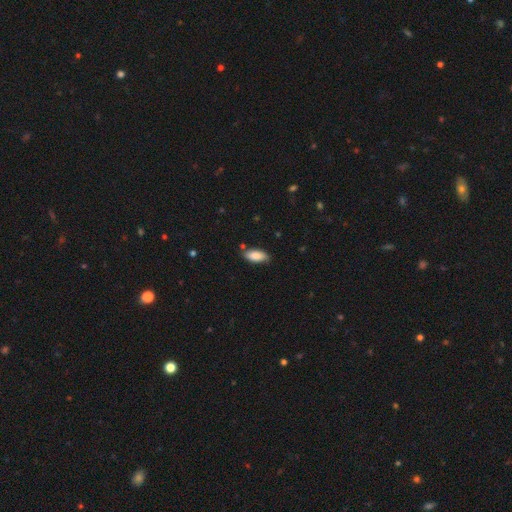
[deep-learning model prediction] This is clearly a smooth galaxy (86%). How rounded: clearly in between (86%). Merging: clearly none (80%).